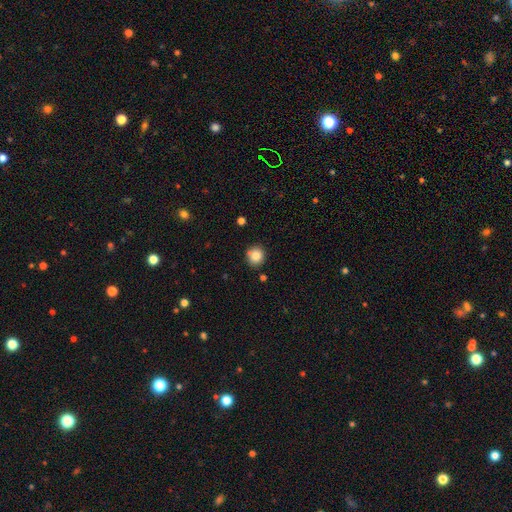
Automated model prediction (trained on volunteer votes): Smooth or featured: smooth — 85% (star or artifact — 10%)
How rounded: round — 91% (in between — 8%)
Merging: none — 84% (minor disturbance — 10%)